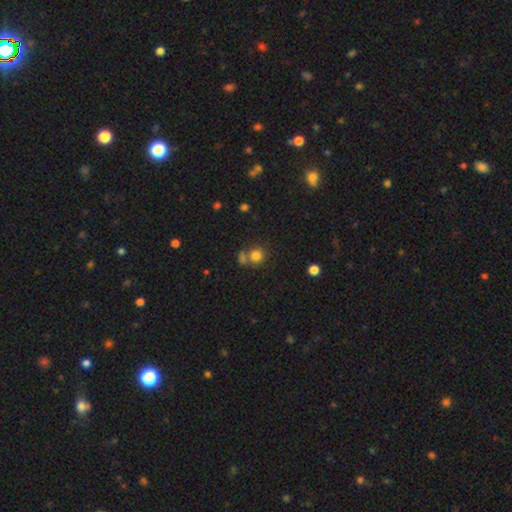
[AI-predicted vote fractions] Smooth or featured?
  - smooth: 81% *
  - star or artifact: 13%
  - featured or disk: 7%
How rounded?
  - round: 84% *
  - in between: 15%
  - cigar-shaped: 1%
Merging?
  - none: 58% *
  - merger: 27%
  - minor disturbance: 10%
  - major disturbance: 5%